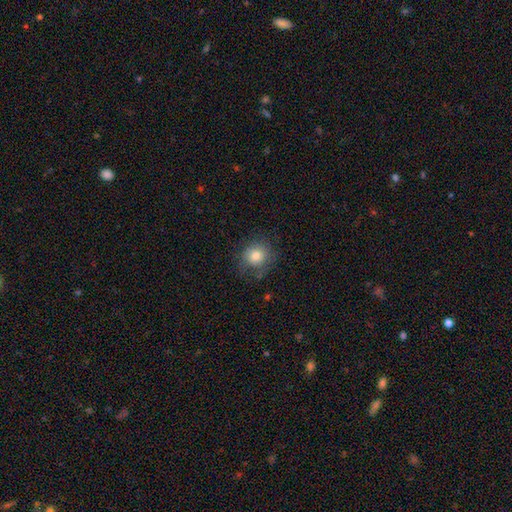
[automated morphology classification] Smooth or featured? smooth (79%)
How rounded? round (85%)
Merging? none (73%)